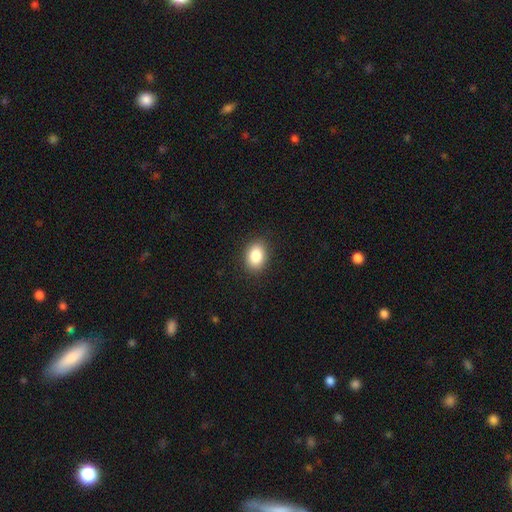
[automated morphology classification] type=smooth (86%); roundness=in between (74%); merging=none (89%).